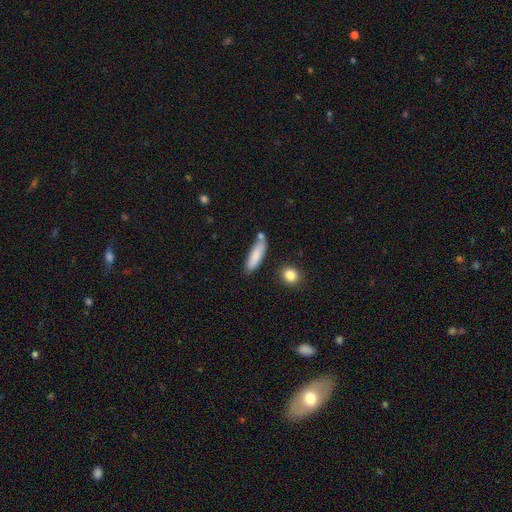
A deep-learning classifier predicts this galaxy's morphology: Smooth or featured? smooth (84%)
How rounded? cigar-shaped (60%)
Merging? none (64%)